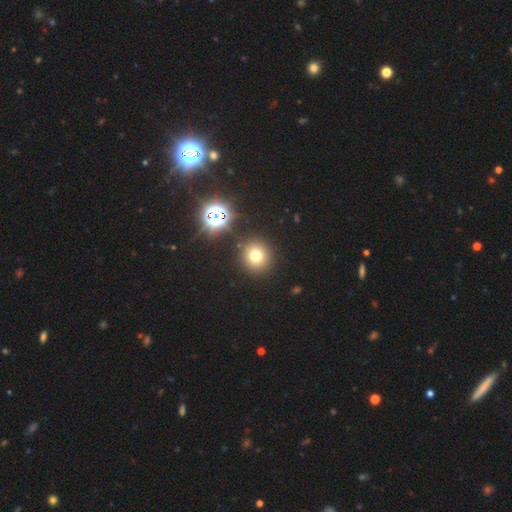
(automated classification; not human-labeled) Morphology: type=smooth (68%); roundness=round (92%); merging=none (89%).